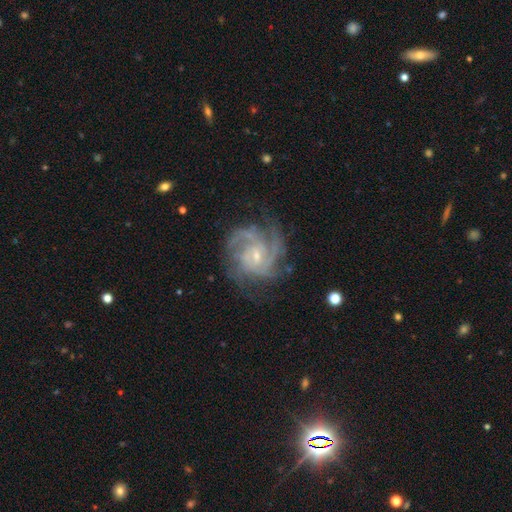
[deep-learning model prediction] A featured or disk galaxy (89%) with no bar (56%), 3 (33%) tight (53%) spiral arms (97%) and a small central bulge (71%). Merging: none (67%).